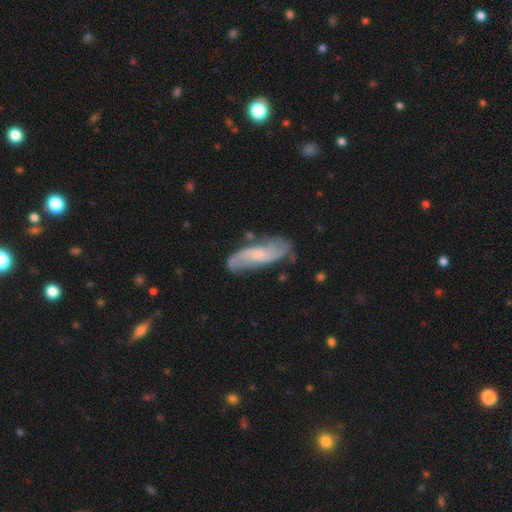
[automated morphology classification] Smooth or featured: featured or disk — 69% (smooth — 24%)
Edge-on disk: no — 86% (yes — 14%)
Bar: no — 53% (weak — 38%)
Spiral arms: yes — 91% (no — 9%)
Spiral winding: medium — 41% (loose — 38%)
Spiral arm count: 2 — 74% (can't tell — 15%)
Bulge size: small — 50% (moderate — 31%)
Merging: none — 70% (minor disturbance — 21%)